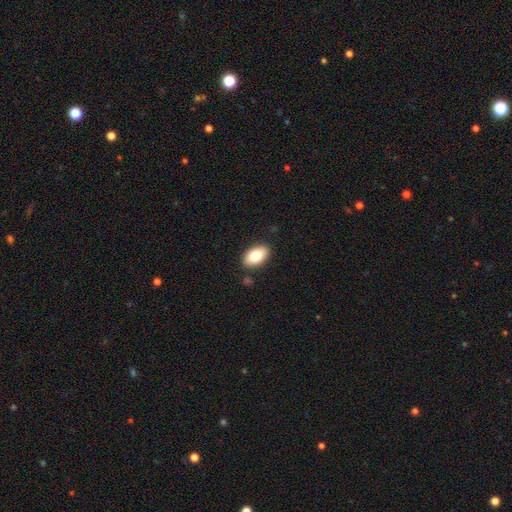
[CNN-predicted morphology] A smooth galaxy with no disk features (80%) that is in between round and cigar-shaped (93%).

Vote fractions:
- Smooth or featured? smooth: 80% / featured or disk: 14% / star or artifact: 7%
- How rounded? in between: 93% / round: 5% / cigar-shaped: 2%
- Merging? none: 87% / minor disturbance: 9% / major disturbance: 2% / merger: 2%